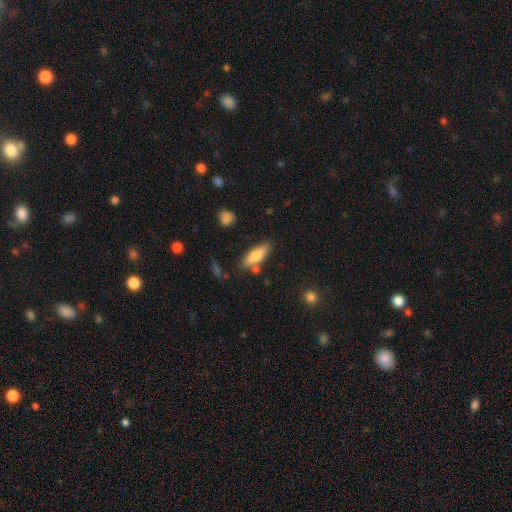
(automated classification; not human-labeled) The model was most divided on "how rounded": in between: 57%, cigar-shaped: 41%, round: 2%. More confident: smooth or featured — smooth (77%); merging — none (76%).